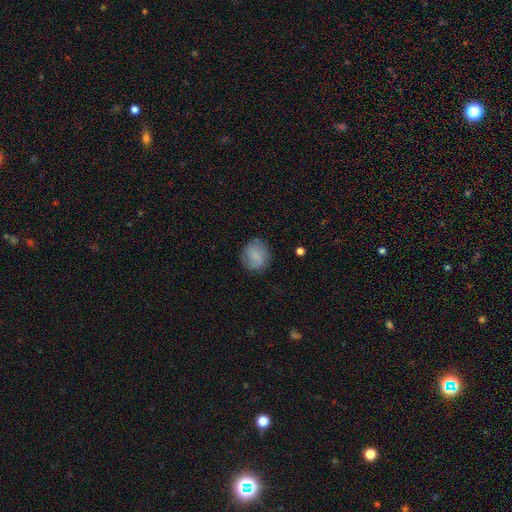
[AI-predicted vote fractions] smooth-or-featured: smooth: 81% | featured or disk: 12% | star or artifact: 8%
  how-rounded: round: 81% | in between: 18% | cigar-shaped: 1%
  merging: none: 79% | minor disturbance: 16% | major disturbance: 4% | merger: 1%